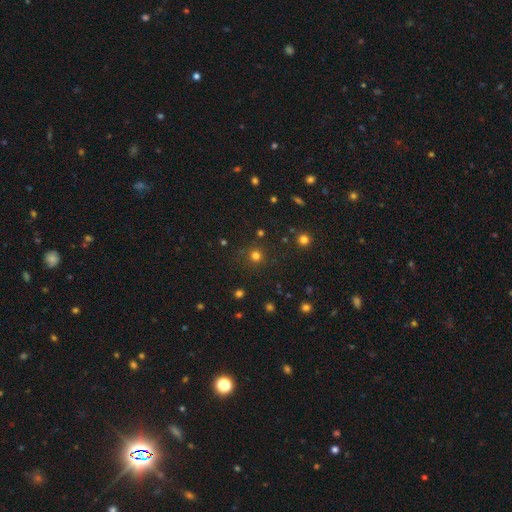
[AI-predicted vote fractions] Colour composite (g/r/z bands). It shows a smooth galaxy with no disk features (75%) that is round (94%). Merging: none (88%).